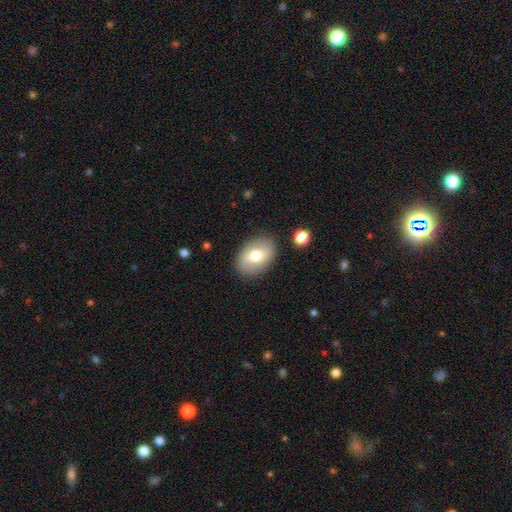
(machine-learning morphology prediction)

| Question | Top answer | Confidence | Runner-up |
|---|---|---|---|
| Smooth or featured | smooth | 67% | featured or disk (26%) |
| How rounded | in between | 84% | round (15%) |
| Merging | none | 85% | minor disturbance (10%) |